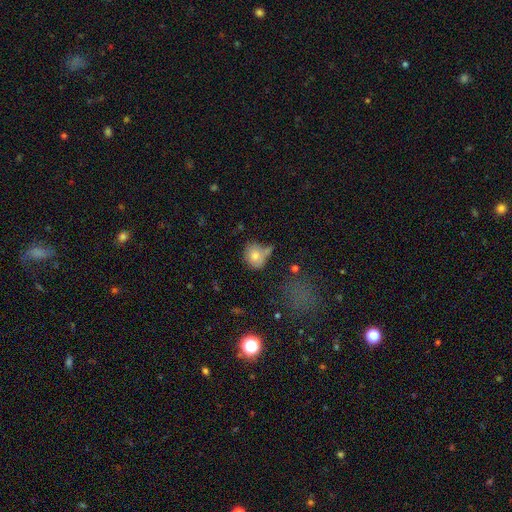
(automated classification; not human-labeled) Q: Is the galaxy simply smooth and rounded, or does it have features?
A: smooth — 75%.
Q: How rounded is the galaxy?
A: round — 67%.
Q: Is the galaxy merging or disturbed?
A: none — 41%.